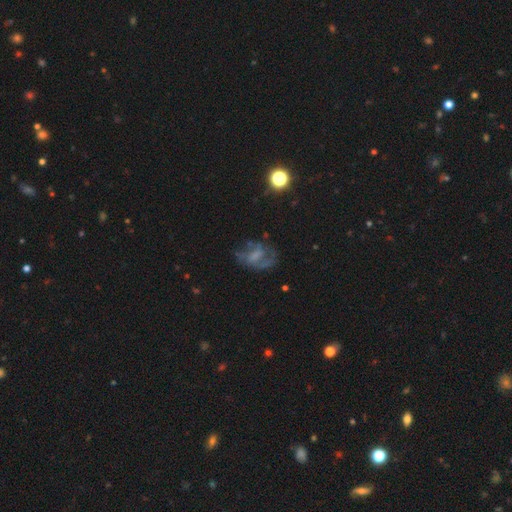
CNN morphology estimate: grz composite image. It shows a featured or disk galaxy (58%) with no bar (53%), spiral arms (57%) and no central bulge (48%). Merging: none (47%).